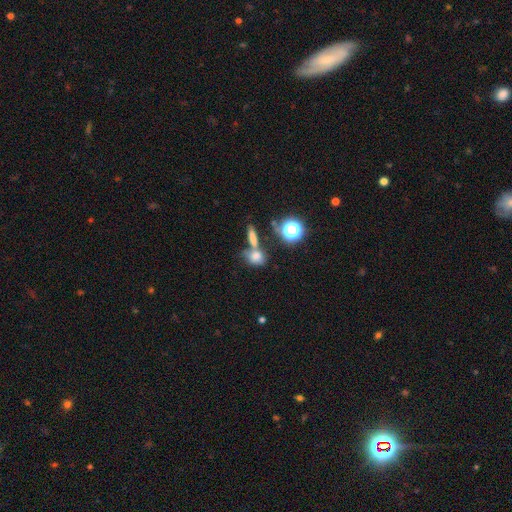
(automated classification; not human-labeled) Smooth or featured: smooth — 72% (star or artifact — 16%)
How rounded: round — 48% (in between — 45%)
Merging: none — 43% (merger — 40%)